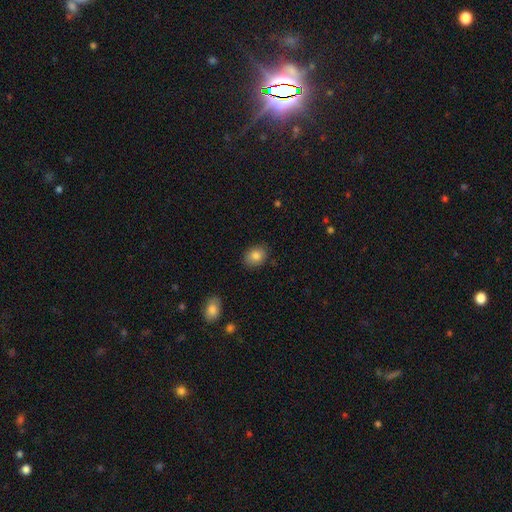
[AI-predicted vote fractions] Smooth or featured: smooth — 84% (star or artifact — 8%)
How rounded: in between — 57% (round — 42%)
Merging: none — 85% (minor disturbance — 11%)